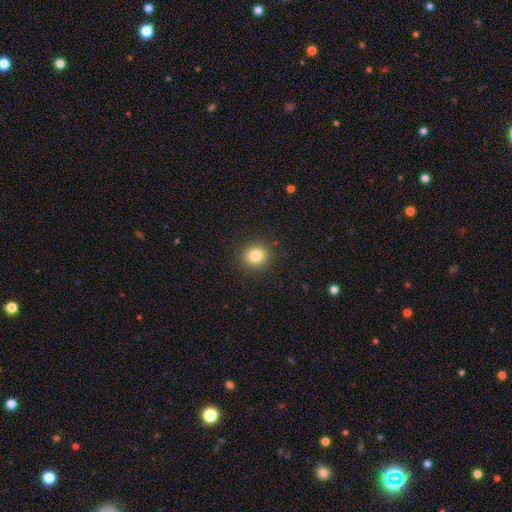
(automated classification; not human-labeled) Smooth or featured?
  - smooth: 82% *
  - star or artifact: 12%
  - featured or disk: 6%
How rounded?
  - round: 87% *
  - in between: 12%
  - cigar-shaped: 1%
Merging?
  - none: 90% *
  - minor disturbance: 7%
  - major disturbance: 2%
  - merger: 1%